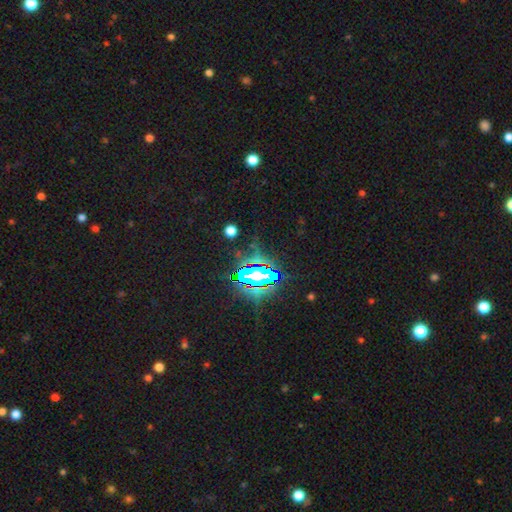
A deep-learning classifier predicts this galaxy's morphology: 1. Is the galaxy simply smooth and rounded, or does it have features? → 82% star or artifact, 10% smooth, 8% featured or disk.